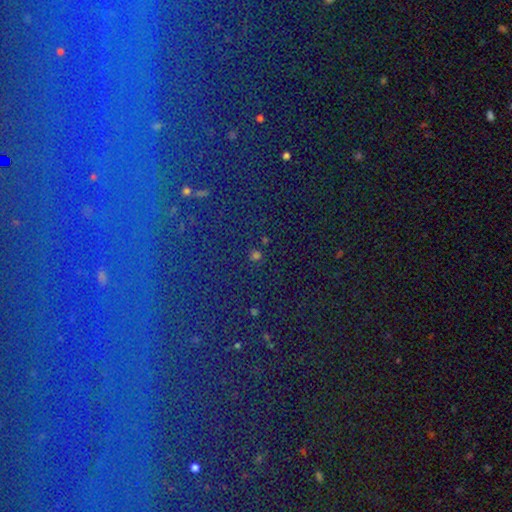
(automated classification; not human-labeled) star or artifact 62%, smooth 30%, featured or disk 8%.